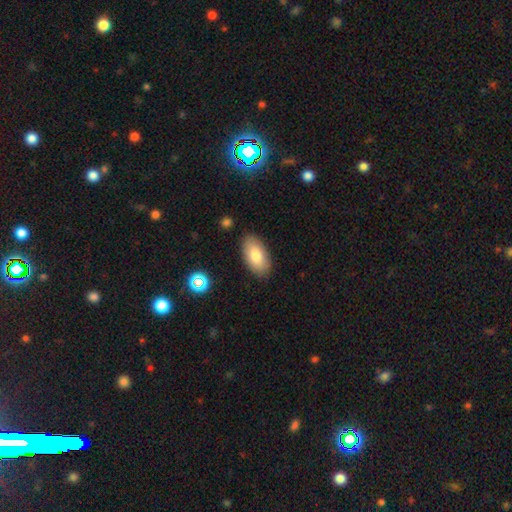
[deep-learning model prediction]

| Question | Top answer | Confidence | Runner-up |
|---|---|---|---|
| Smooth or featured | smooth | 79% | featured or disk (14%) |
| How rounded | in between | 94% | round (3%) |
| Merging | none | 86% | minor disturbance (10%) |